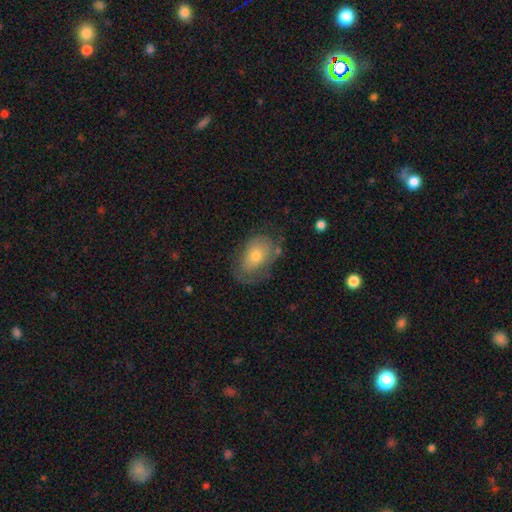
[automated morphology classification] This appears to be a smooth galaxy with no disk features (61%) that is in between round and cigar-shaped (83%). Merging: none (56%).